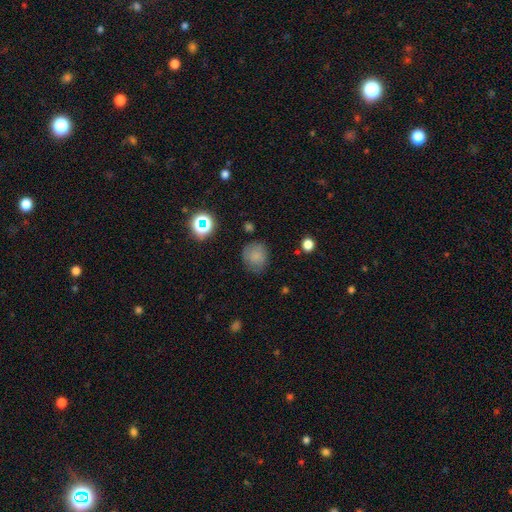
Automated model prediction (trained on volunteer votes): A smooth galaxy with no disk features (76%) that is round (77%).

Vote fractions:
- Smooth or featured? smooth: 76% / star or artifact: 13% / featured or disk: 11%
- How rounded? round: 77% / in between: 22% / cigar-shaped: 1%
- Merging? none: 73% / minor disturbance: 19% / major disturbance: 6% / merger: 2%